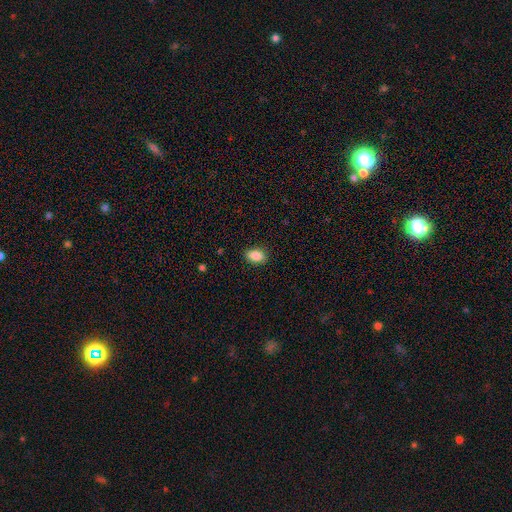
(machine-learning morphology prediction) smooth-or-featured: smooth: 87% | star or artifact: 8% | featured or disk: 5%
  how-rounded: in between: 88% | round: 11% | cigar-shaped: 2%
  merging: none: 88% | minor disturbance: 9% | major disturbance: 2% | merger: 1%